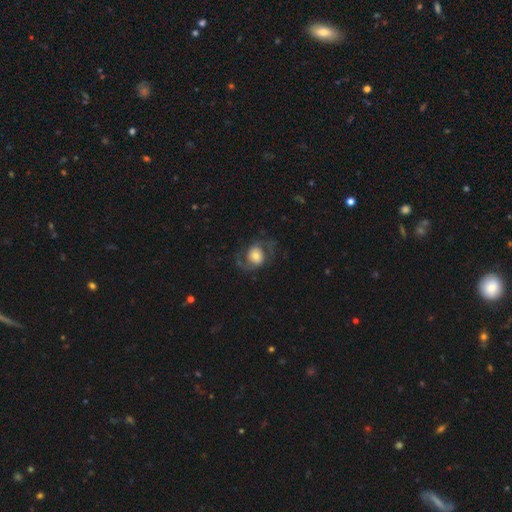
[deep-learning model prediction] Smooth or featured: featured or disk — 67% (smooth — 26%)
Edge-on disk: no — 97% (yes — 3%)
Bar: no — 66% (weak — 25%)
Spiral arms: yes — 87% (no — 13%)
Spiral winding: medium — 44% (tied with loose — 44%)
Spiral arm count: 2 — 90% (can't tell — 4%)
Bulge size: moderate — 44% (small — 25%)
Merging: none — 65% (major disturbance — 18%)